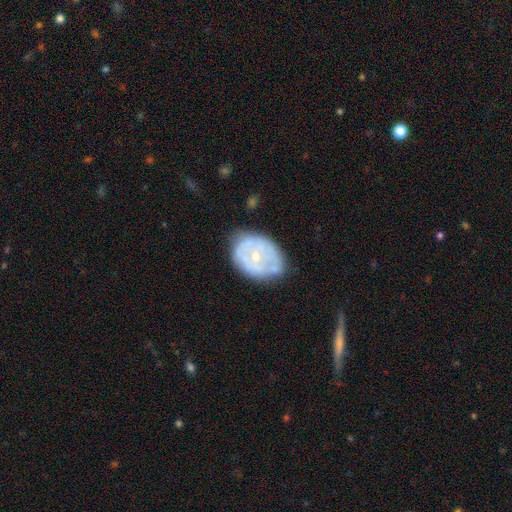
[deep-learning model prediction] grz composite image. It shows a featured or disk galaxy (58%) with no bar (82%), no spiral arms (61%) and a small central bulge (61%). Merging: none (54%).